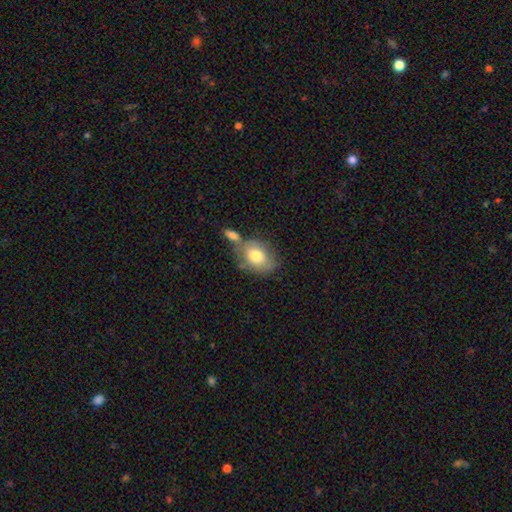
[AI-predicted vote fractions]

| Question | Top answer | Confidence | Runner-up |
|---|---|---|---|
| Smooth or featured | smooth | 74% | featured or disk (19%) |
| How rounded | in between | 68% | round (30%) |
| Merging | none | 46% | merger (31%) |